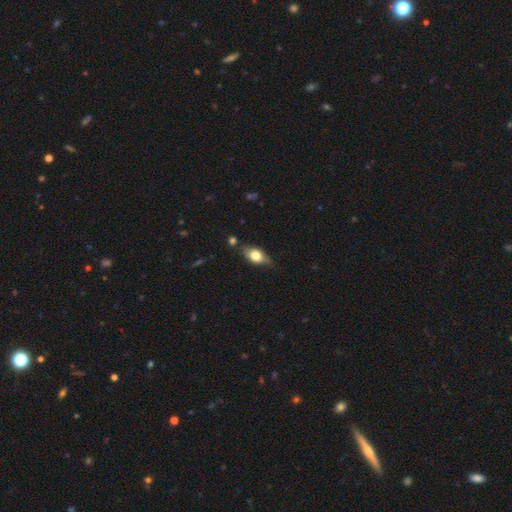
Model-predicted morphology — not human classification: A smooth galaxy with no disk features (70%) that is in between round and cigar-shaped (83%). Merging: none (68%).